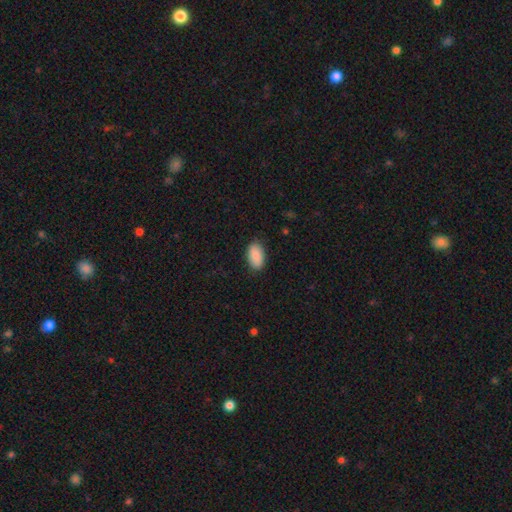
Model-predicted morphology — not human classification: A smooth galaxy with no disk features (89%) that is in between round and cigar-shaped (94%).

Vote fractions:
- Smooth or featured? smooth: 89% / star or artifact: 6% / featured or disk: 4%
- How rounded? in between: 94% / round: 3% / cigar-shaped: 2%
- Merging? none: 87% / minor disturbance: 10% / major disturbance: 2% / merger: 1%